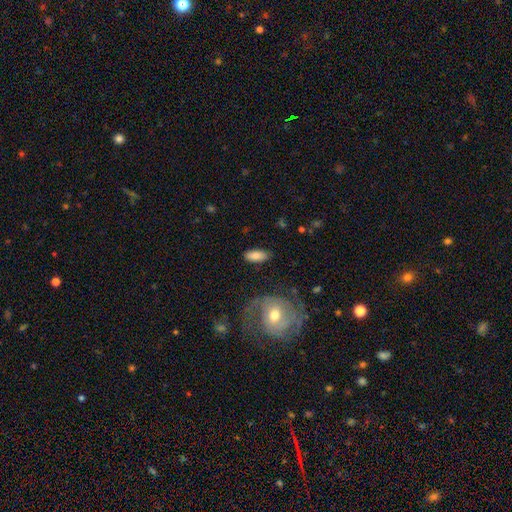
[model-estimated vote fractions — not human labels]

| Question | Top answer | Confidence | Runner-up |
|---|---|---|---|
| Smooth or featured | smooth | 83% | featured or disk (10%) |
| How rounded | in between | 85% | cigar-shaped (13%) |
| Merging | none | 83% | minor disturbance (12%) |